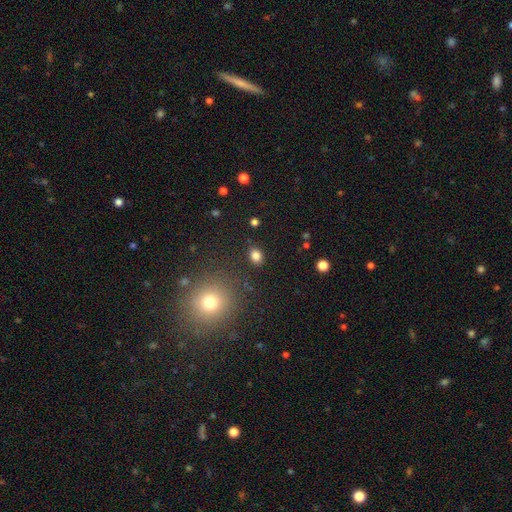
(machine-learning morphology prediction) Smooth or featured?
  - smooth: 82% *
  - star or artifact: 13%
  - featured or disk: 5%
How rounded?
  - in between: 55% *
  - round: 44%
  - cigar-shaped: 1%
Merging?
  - none: 86% *
  - minor disturbance: 9%
  - major disturbance: 3%
  - merger: 2%